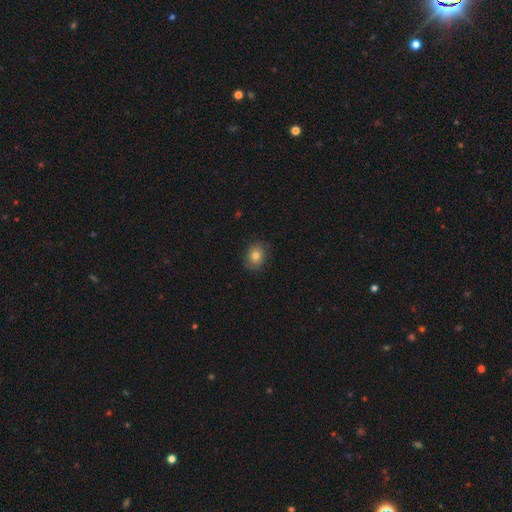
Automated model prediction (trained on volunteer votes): Smooth or featured?
  - smooth: 79% *
  - featured or disk: 11%
  - star or artifact: 11%
How rounded?
  - round: 55% *
  - in between: 44%
  - cigar-shaped: 1%
Merging?
  - none: 85% *
  - minor disturbance: 12%
  - major disturbance: 3%
  - merger: 1%